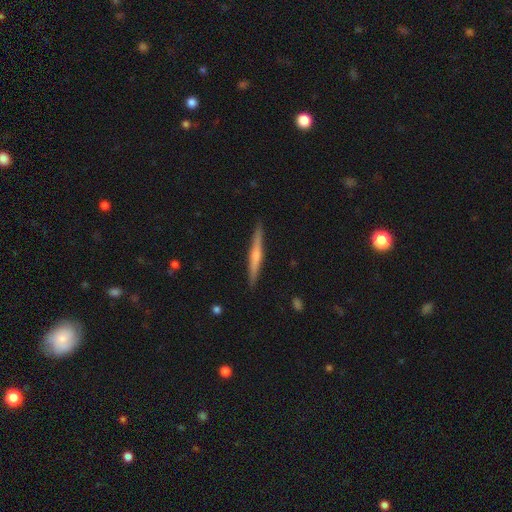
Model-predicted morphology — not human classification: smooth_or_featured: featured or disk (p=0.55) [alt: smooth p=0.39]
disk_edge_on: yes (p=0.97) [alt: no p=0.03]
edge_on_bulge: rounded (p=0.54) [alt: none p=0.34]
merging: none (p=0.91) [alt: minor disturbance p=0.07]